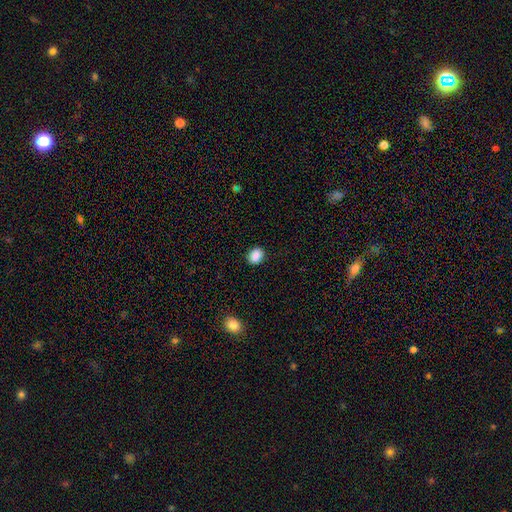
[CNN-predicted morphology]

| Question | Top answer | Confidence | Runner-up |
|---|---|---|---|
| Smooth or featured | smooth | 88% | star or artifact (9%) |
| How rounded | in between | 54% | round (44%) |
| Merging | none | 87% | minor disturbance (9%) |